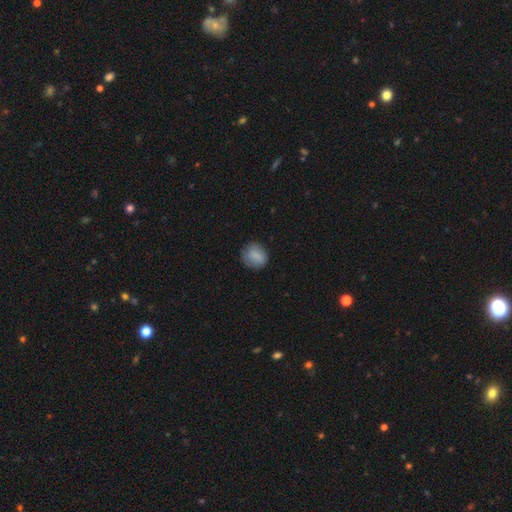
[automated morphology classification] Smooth or featured? Predicted: smooth (p=0.83). How rounded? Predicted: round (p=0.75). Merging? Predicted: none (p=0.80).